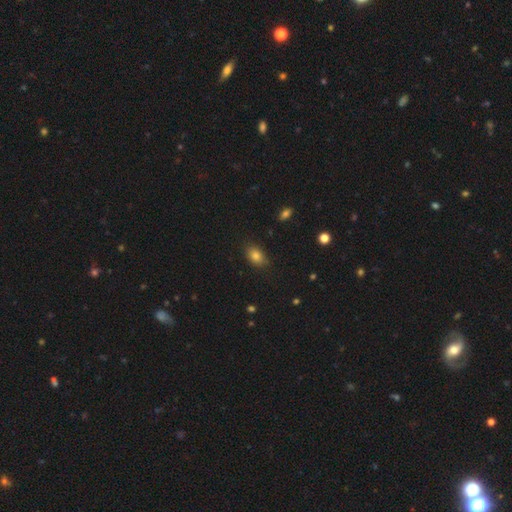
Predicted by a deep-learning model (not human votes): Smooth or featured?
  - smooth: 81% *
  - star or artifact: 11%
  - featured or disk: 8%
How rounded?
  - in between: 79% *
  - round: 20%
  - cigar-shaped: 2%
Merging?
  - none: 82% *
  - minor disturbance: 14%
  - major disturbance: 3%
  - merger: 1%